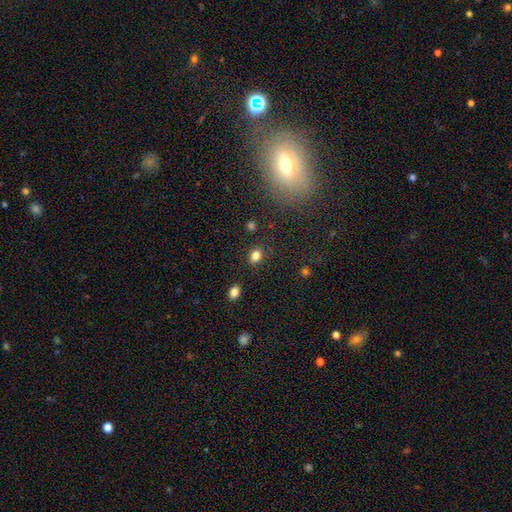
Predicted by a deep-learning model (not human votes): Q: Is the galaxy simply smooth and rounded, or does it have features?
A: smooth — 83%.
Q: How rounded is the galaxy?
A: in between — 54%.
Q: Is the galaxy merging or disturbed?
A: none — 86%.